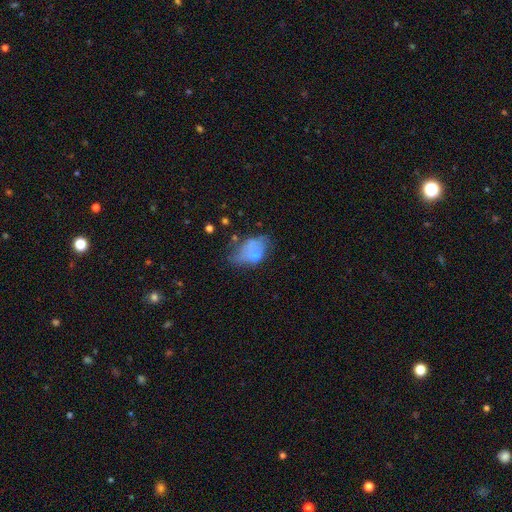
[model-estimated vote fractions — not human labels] Smooth or featured? smooth (57%)
How rounded? in between (84%)
Merging? minor disturbance (32%, tied with major disturbance)